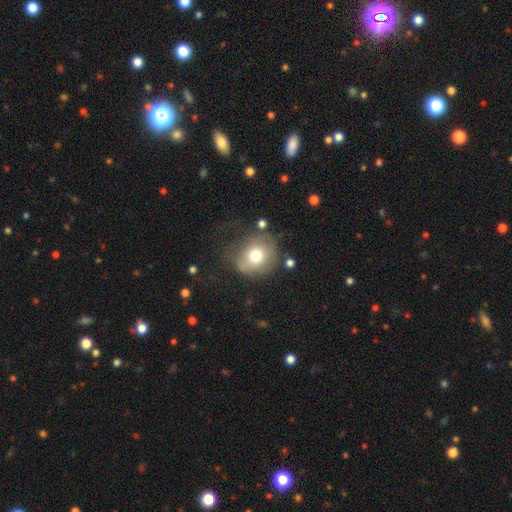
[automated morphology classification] smooth 71%, featured or disk 19%, star or artifact 10%. Down the decision tree: how rounded — round (77%); merging — none (56%).